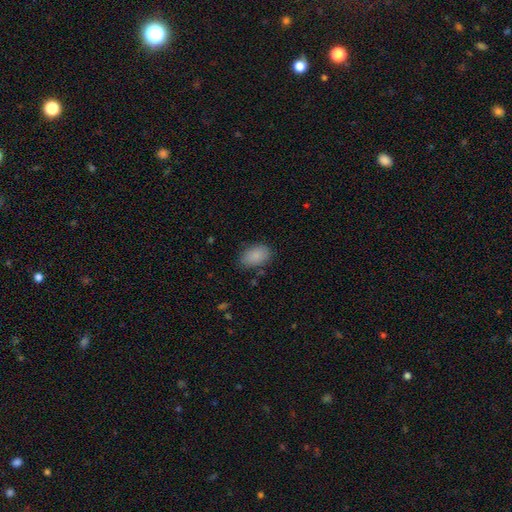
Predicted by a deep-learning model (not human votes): Smooth or featured? Predicted: smooth (p=0.88). How rounded? Predicted: in between (p=0.90). Merging? Predicted: none (p=0.81).